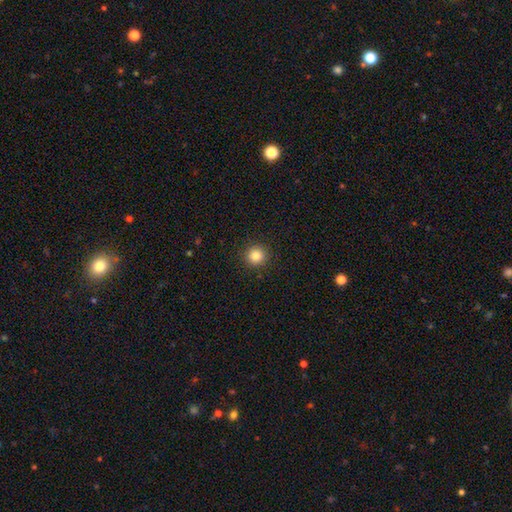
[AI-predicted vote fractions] The model was most divided on "smooth or featured": smooth: 84%, star or artifact: 11%, featured or disk: 5%. More confident: how rounded — round (94%); merging — none (92%).